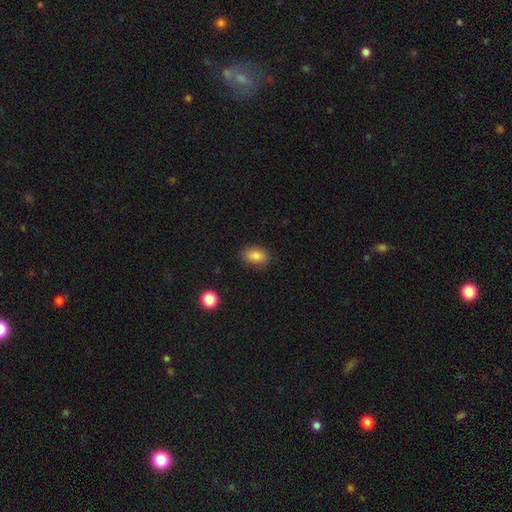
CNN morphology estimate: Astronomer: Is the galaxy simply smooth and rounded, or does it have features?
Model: smooth — 85%.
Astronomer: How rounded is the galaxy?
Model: in between — 84%.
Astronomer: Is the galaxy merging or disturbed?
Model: none — 84%.